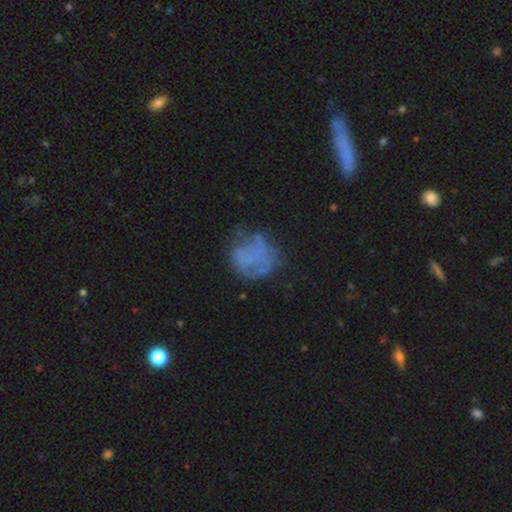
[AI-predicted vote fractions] Q: Smooth or featured?
A: smooth (45%); runner-up: featured or disk (40%)
Q: Merging?
A: none (49%); runner-up: minor disturbance (24%)